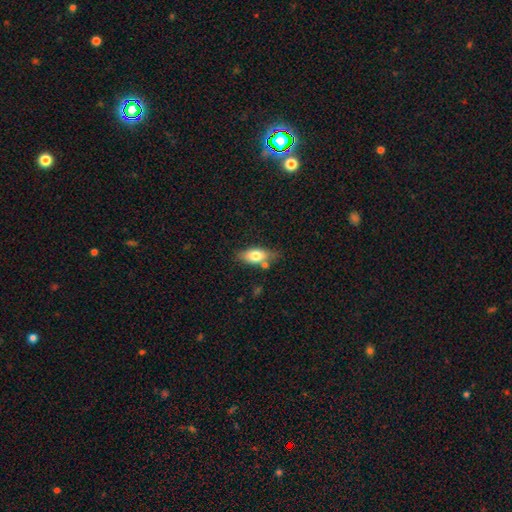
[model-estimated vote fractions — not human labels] Morphology: type=smooth (73%); roundness=in between (83%); merging=none (64%).